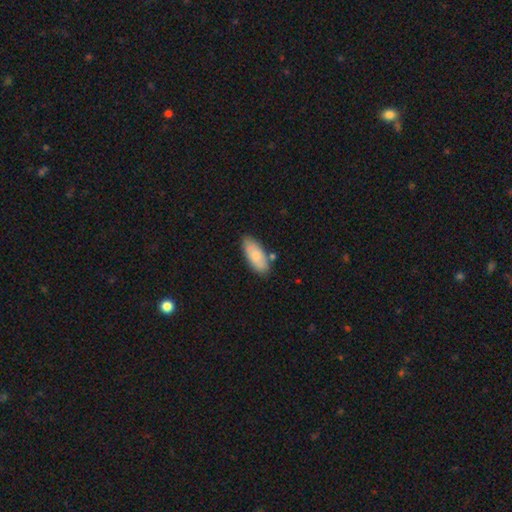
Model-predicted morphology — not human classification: Smooth or featured?
  - smooth: 80% *
  - featured or disk: 14%
  - star or artifact: 6%
How rounded?
  - in between: 83% *
  - cigar-shaped: 15%
  - round: 2%
Merging?
  - none: 74% *
  - minor disturbance: 17%
  - merger: 6%
  - major disturbance: 3%